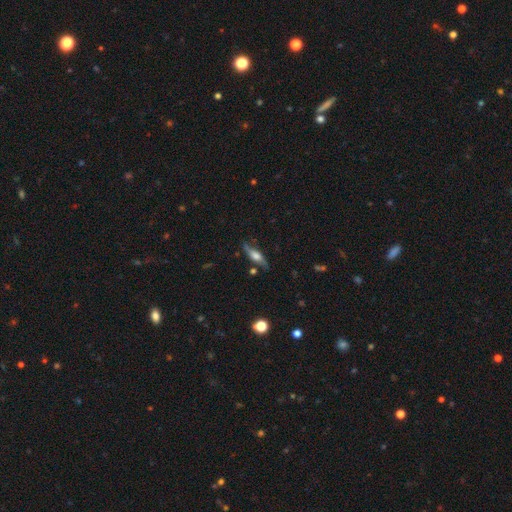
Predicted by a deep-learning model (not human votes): Smooth or featured? Predicted: featured or disk (p=0.60). Edge-on disk? Predicted: yes (p=0.72). Merging? Predicted: none (p=0.73).